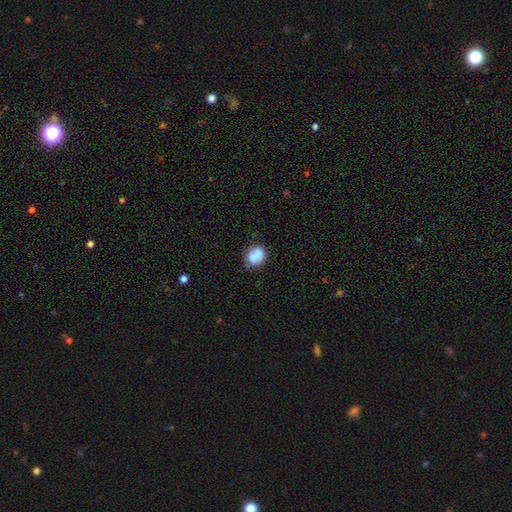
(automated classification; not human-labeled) smooth 82%, featured or disk 9%, star or artifact 9%. Down the decision tree: how rounded — round (69%); merging — none (68%).